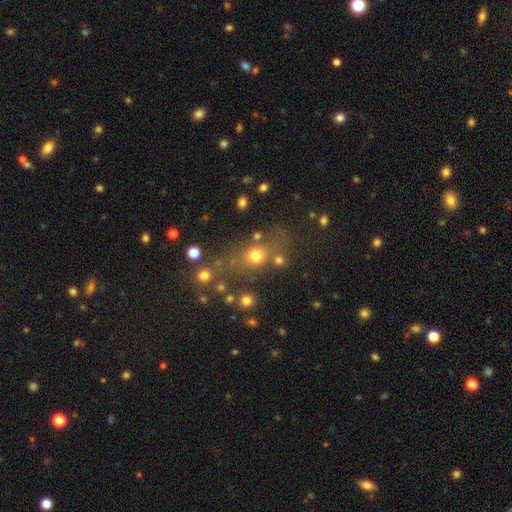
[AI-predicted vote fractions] Overall: smooth (69%). How rounded: round (59%; in between 36%). Merging: none (59%).